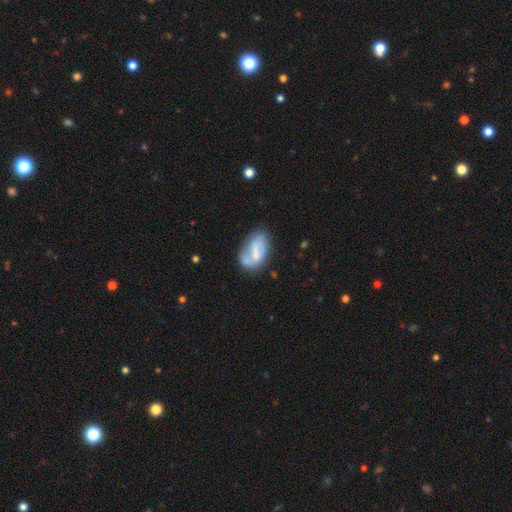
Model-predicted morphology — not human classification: Smooth or featured?
  - smooth: 49% *
  - featured or disk: 44%
  - star or artifact: 8%
Merging?
  - none: 39% *
  - minor disturbance: 25%
  - merger: 23%
  - major disturbance: 13%